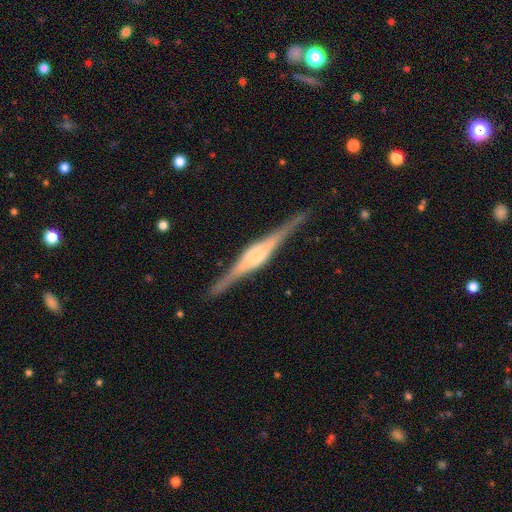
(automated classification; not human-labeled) featured or disk 85%, smooth 10%, star or artifact 6%. Down the decision tree: edge-on disk — yes (98%); edge-on bulge — rounded (54%); merging — none (87%).